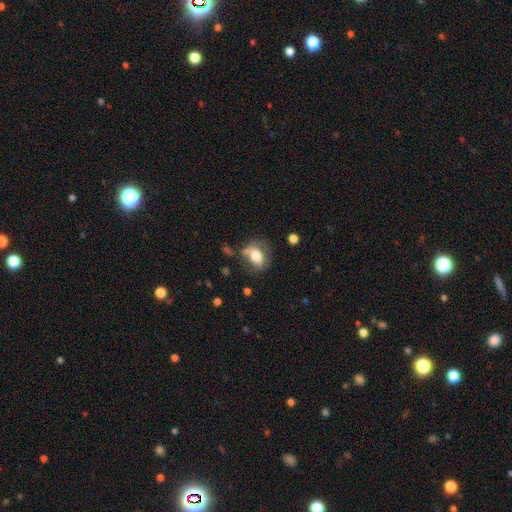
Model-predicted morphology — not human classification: Smooth or featured?
  - smooth: 69% *
  - featured or disk: 22%
  - star or artifact: 9%
How rounded?
  - in between: 73% *
  - round: 24%
  - cigar-shaped: 2%
Merging?
  - none: 44% *
  - minor disturbance: 27%
  - major disturbance: 20%
  - merger: 8%